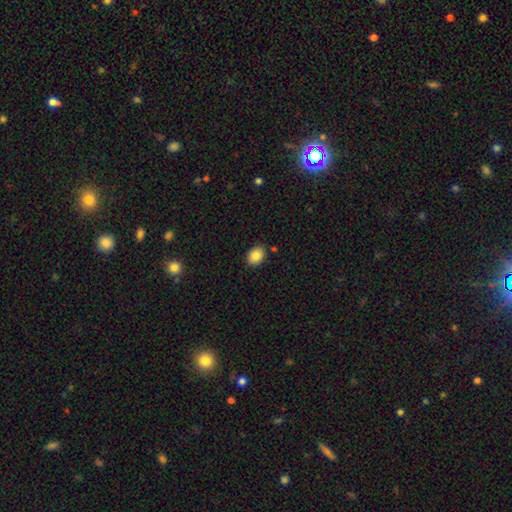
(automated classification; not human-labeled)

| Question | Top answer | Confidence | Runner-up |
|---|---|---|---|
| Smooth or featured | smooth | 86% | star or artifact (8%) |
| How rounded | in between | 70% | round (29%) |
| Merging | none | 86% | minor disturbance (10%) |